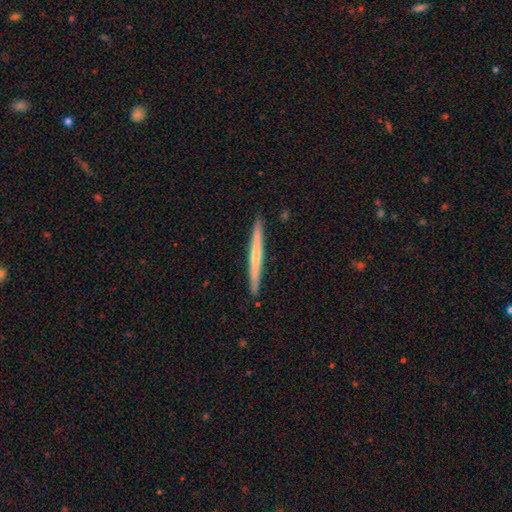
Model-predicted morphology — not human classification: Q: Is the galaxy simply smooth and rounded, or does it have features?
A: featured or disk — 50%.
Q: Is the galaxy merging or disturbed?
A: none — 92%.